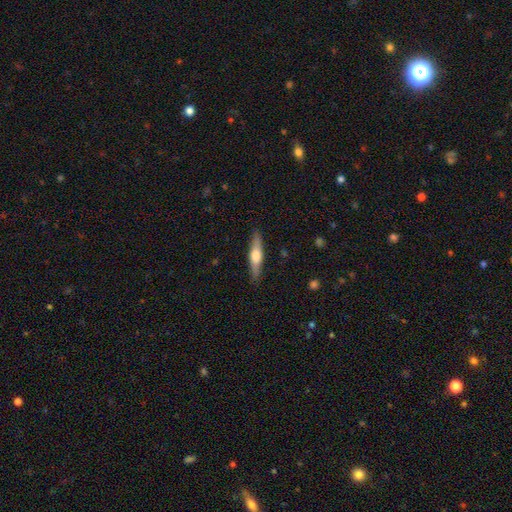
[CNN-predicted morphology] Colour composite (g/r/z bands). It shows a featured or disk galaxy (49%). Merging: none (88%).